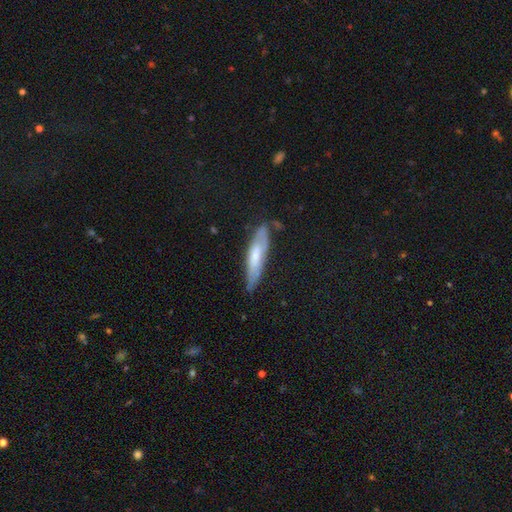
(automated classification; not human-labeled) Smooth or featured? smooth (48%)
Merging? none (71%)